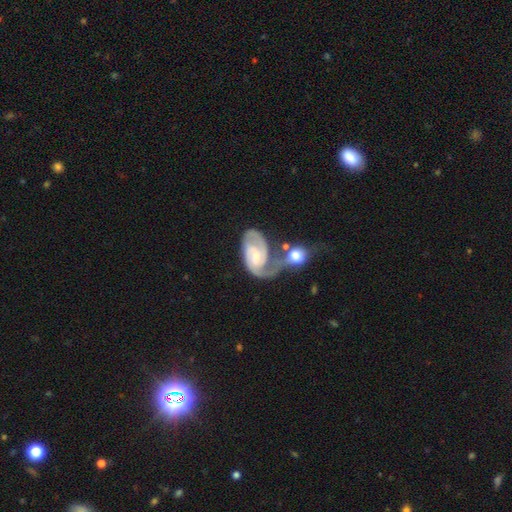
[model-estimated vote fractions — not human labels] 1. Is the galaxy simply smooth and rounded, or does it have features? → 87% featured or disk, 9% smooth, 4% star or artifact.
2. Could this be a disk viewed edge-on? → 97% no, 3% yes.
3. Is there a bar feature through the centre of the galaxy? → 45% no, 44% weak, 11% strong.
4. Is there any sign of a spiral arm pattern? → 96% yes, 4% no.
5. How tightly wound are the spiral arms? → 45% tight, 43% medium, 12% loose.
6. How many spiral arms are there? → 77% 2, 8% can't tell, 8% 1, 4% 3, 1% 4, 1% more than 4.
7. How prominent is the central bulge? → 50% small, 41% moderate, 4% none, 4% large, 1% dominant.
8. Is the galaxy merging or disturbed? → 55% merger, 20% none, 13% major disturbance, 11% minor disturbance.